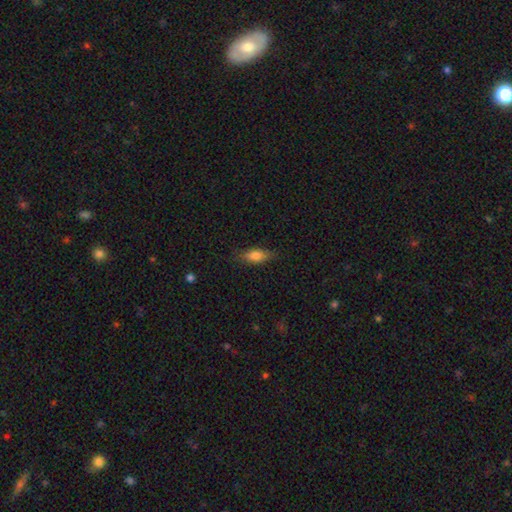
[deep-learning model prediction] Smooth or featured?
  - smooth: 74% *
  - featured or disk: 18%
  - star or artifact: 8%
How rounded?
  - in between: 70% *
  - cigar-shaped: 26%
  - round: 3%
Merging?
  - none: 81% *
  - minor disturbance: 14%
  - major disturbance: 3%
  - merger: 1%